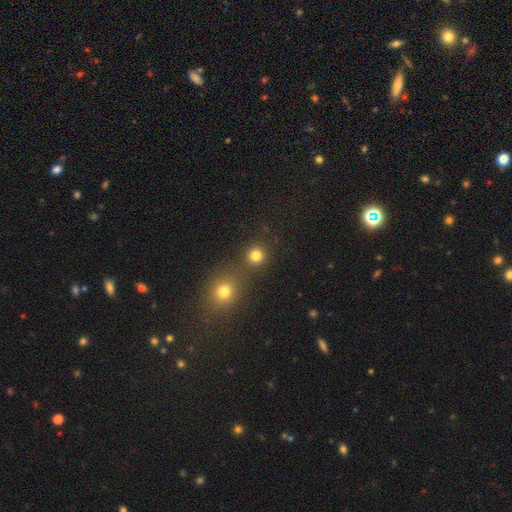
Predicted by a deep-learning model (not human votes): Smooth or featured? smooth (80%)
How rounded? round (91%)
Merging? none (72%)